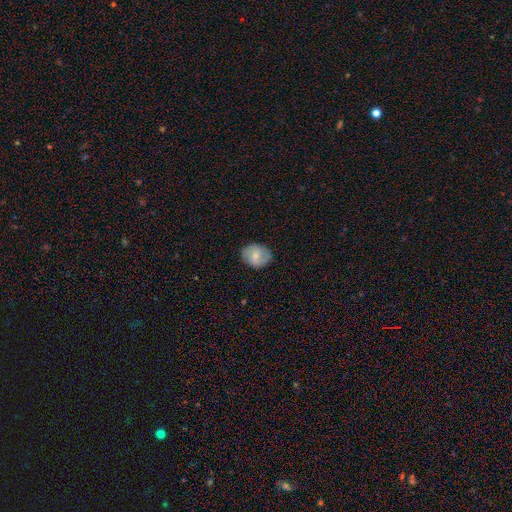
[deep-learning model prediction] Smooth or featured? smooth (63%)
How rounded? in between (52%)
Merging? none (81%)